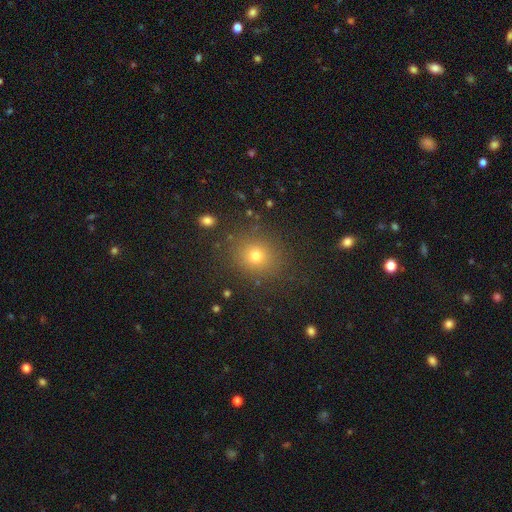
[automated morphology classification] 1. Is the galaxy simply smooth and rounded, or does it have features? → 71% smooth, 20% star or artifact, 8% featured or disk.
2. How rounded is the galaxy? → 81% round, 18% in between, 1% cigar-shaped.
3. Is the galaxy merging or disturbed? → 86% none, 9% minor disturbance, 4% major disturbance, 2% merger.